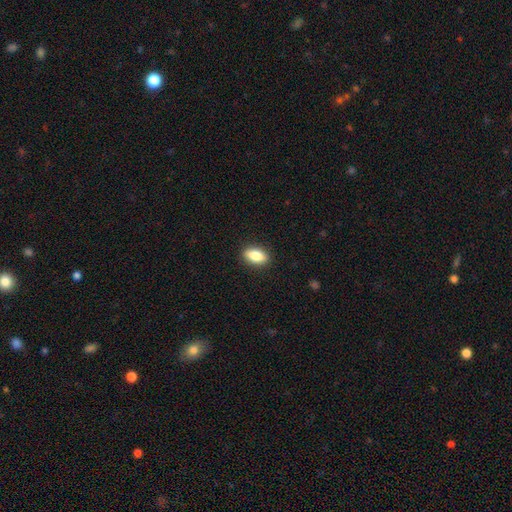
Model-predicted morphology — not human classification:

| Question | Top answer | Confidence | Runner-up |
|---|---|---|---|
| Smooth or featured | smooth | 84% | featured or disk (9%) |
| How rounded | in between | 88% | round (6%) |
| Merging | none | 90% | minor disturbance (7%) |